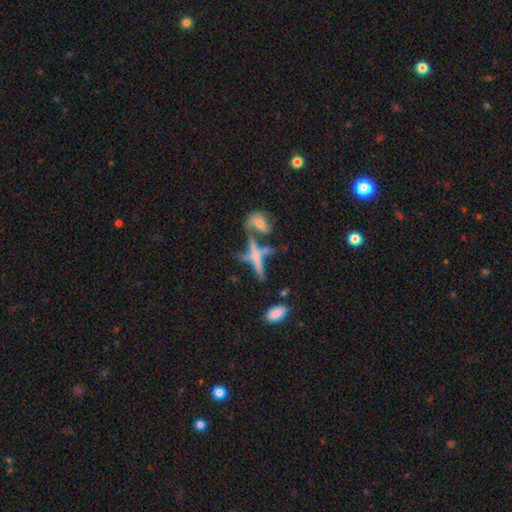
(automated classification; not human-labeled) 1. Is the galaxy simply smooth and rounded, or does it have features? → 59% featured or disk, 27% smooth, 14% star or artifact.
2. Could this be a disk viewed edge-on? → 77% yes, 23% no.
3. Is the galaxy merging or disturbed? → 42% none, 34% merger, 13% minor disturbance, 11% major disturbance.